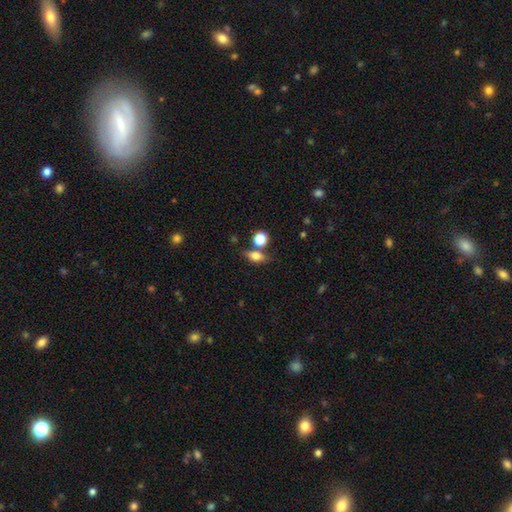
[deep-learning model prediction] smooth 67%, featured or disk 22%, star or artifact 11%. Down the decision tree: how rounded — in between (63%); merging — none (64%).